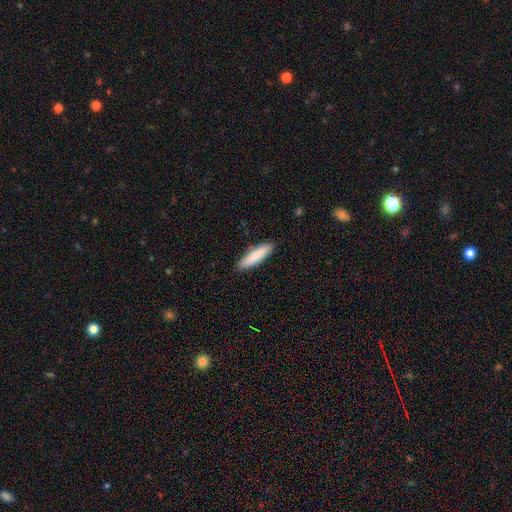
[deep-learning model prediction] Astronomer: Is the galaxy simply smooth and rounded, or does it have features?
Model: smooth — 82%.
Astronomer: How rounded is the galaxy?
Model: cigar-shaped — 75%.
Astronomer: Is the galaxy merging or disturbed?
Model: none — 89%.